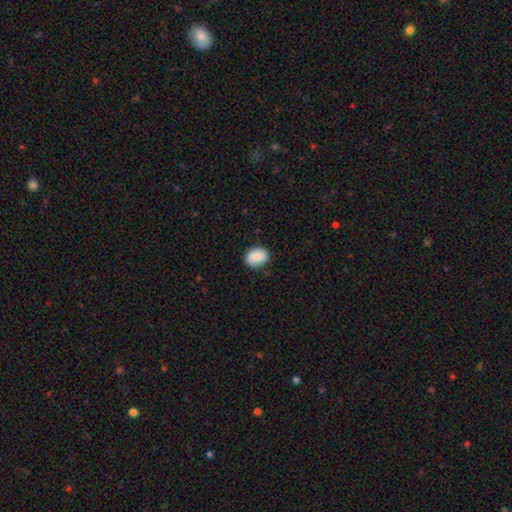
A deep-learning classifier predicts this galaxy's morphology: Smooth or featured: smooth — 84% (featured or disk — 9%)
How rounded: in between — 52% (round — 47%)
Merging: none — 83% (minor disturbance — 13%)